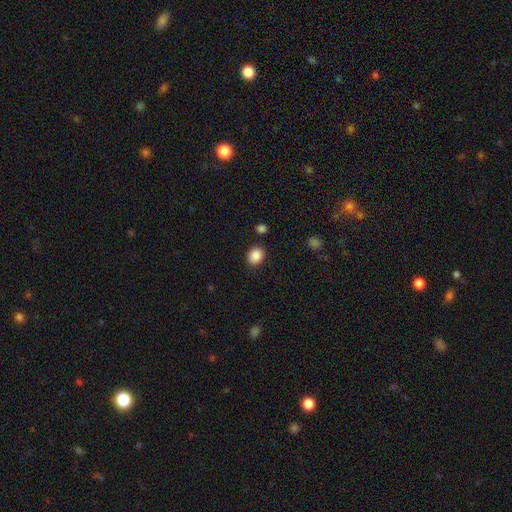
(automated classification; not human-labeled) Smooth or featured?
  - smooth: 88% *
  - star or artifact: 9%
  - featured or disk: 4%
How rounded?
  - round: 50% *
  - in between: 49%
  - cigar-shaped: 1%
Merging?
  - none: 85% *
  - minor disturbance: 9%
  - merger: 3%
  - major disturbance: 3%